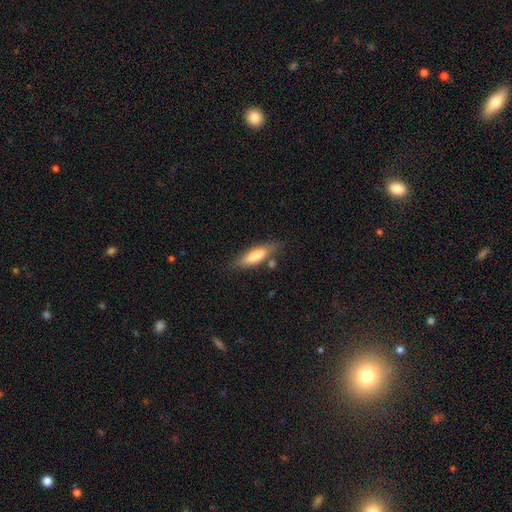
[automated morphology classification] type=smooth (75%); roundness=in between (51%); merging=none (72%).